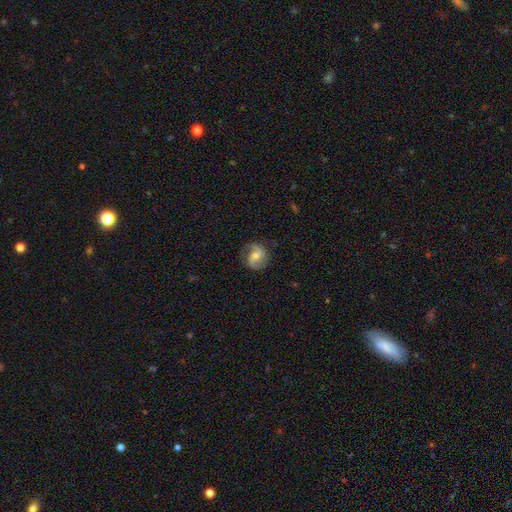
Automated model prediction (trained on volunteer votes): Q: Smooth or featured?
A: featured or disk (65%); runner-up: smooth (28%)
Q: Edge-on disk?
A: no (97%); runner-up: yes (3%)
Q: Bar?
A: weak (42%); runner-up: no (40%)
Q: Spiral arms?
A: yes (89%); runner-up: no (11%)
Q: Spiral winding?
A: medium (47%); runner-up: loose (28%)
Q: Spiral arm count?
A: 2 (82%); runner-up: 1 (8%)
Q: Bulge size?
A: moderate (55%); runner-up: small (36%)
Q: Merging?
A: none (73%); runner-up: minor disturbance (17%)